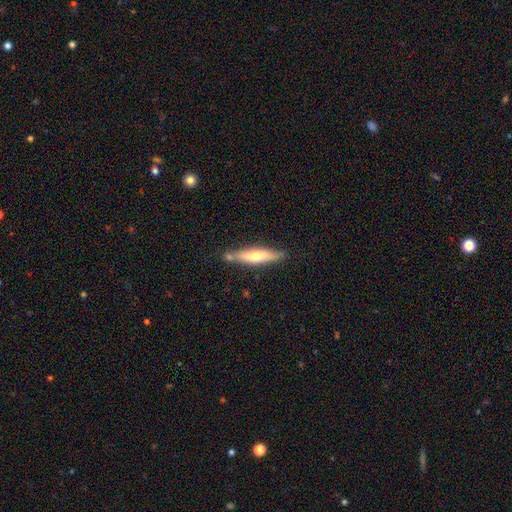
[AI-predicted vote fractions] Q: Smooth or featured?
A: smooth (50%); runner-up: featured or disk (44%)
Q: Merging?
A: none (75%); runner-up: minor disturbance (15%)